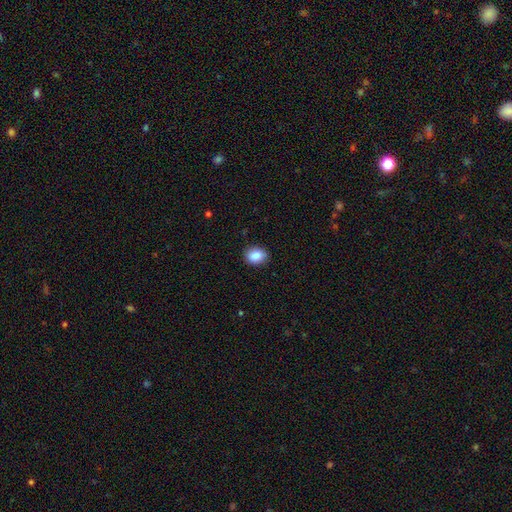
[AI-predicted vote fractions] Smooth or featured? Predicted: smooth (p=0.88). How rounded? Predicted: in between (p=0.56). Merging? Predicted: none (p=0.87).